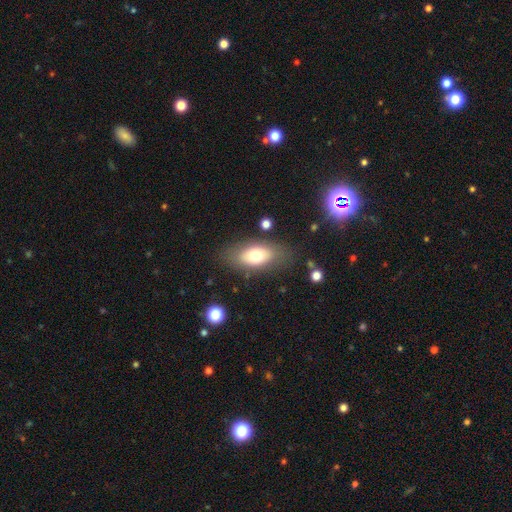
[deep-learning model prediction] This is likely a smooth galaxy (69%). How rounded: clearly in between (87%). Merging: likely none (79%).